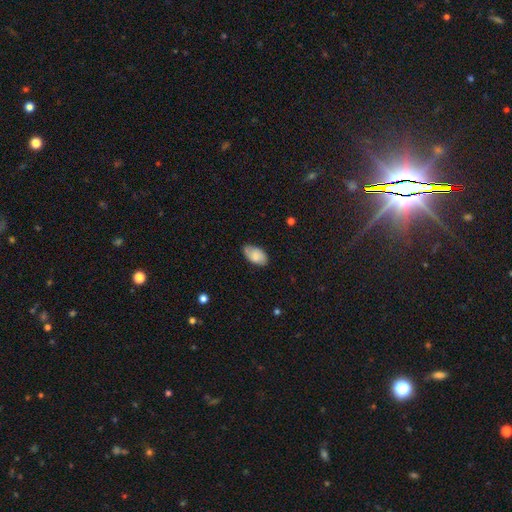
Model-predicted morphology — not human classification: Smooth or featured: smooth — 78% (featured or disk — 15%)
How rounded: in between — 95% (round — 3%)
Merging: none — 72% (minor disturbance — 23%)